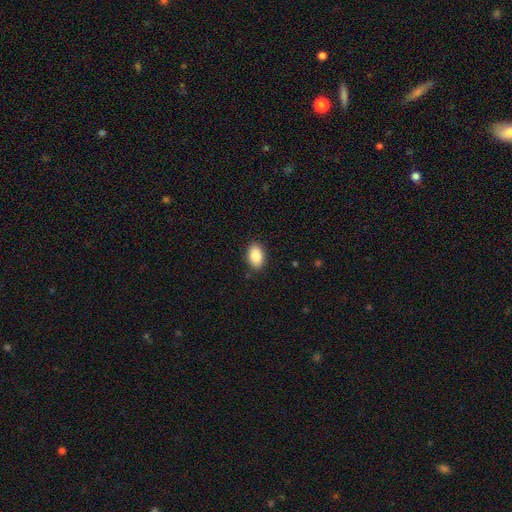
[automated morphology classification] Overall: smooth (86%). How rounded: in between (88%). Merging: none (88%).